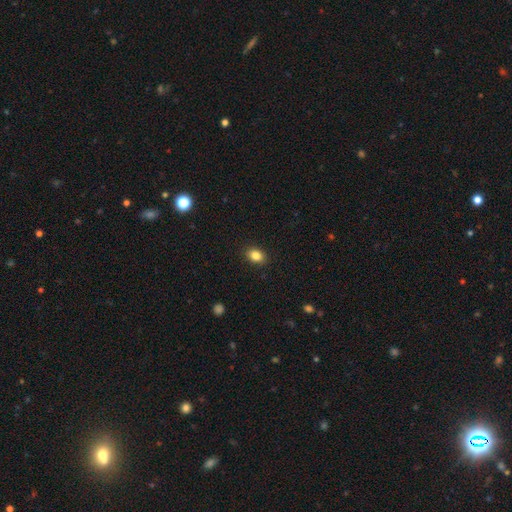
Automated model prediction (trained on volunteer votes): Morphology: type=smooth (85%); roundness=in between (66%); merging=none (90%).